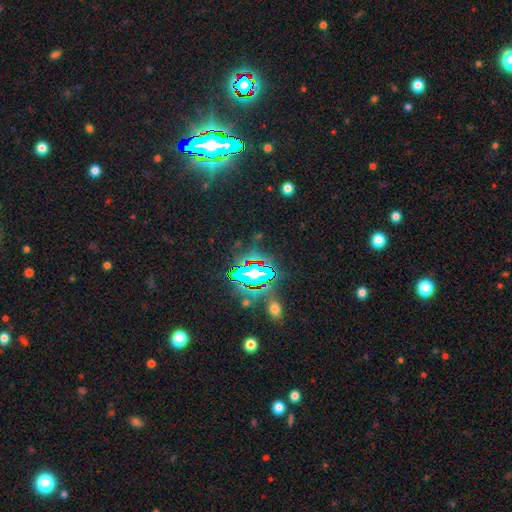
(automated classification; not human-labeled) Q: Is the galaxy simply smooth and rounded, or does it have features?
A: star or artifact — 83%.